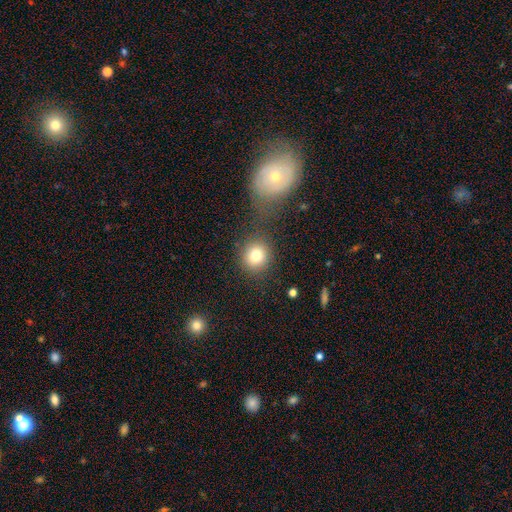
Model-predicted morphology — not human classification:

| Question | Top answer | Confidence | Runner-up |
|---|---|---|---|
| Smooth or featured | smooth | 81% | star or artifact (11%) |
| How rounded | round | 85% | in between (14%) |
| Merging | none | 78% | minor disturbance (10%) |